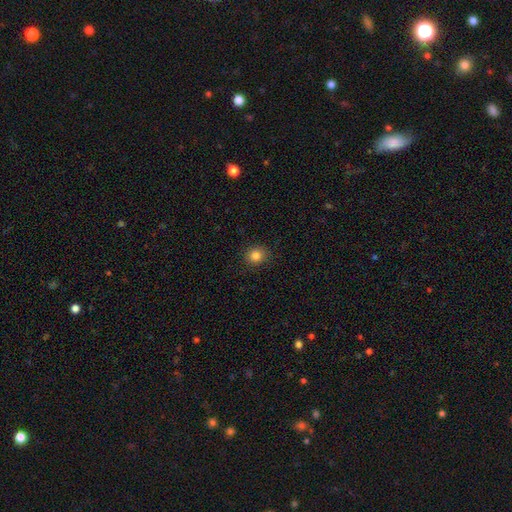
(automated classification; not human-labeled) This appears to be a smooth galaxy with no disk features (83%) that is round (85%). Merging: none (90%).